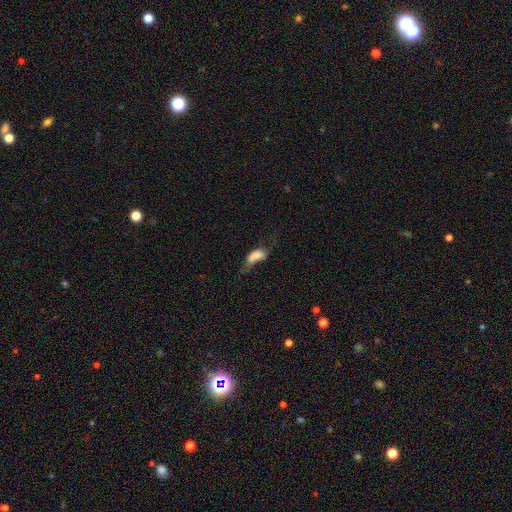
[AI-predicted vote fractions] smooth-or-featured: smooth: 66% | featured or disk: 23% | star or artifact: 11%
  how-rounded: in between: 85% | round: 8% | cigar-shaped: 7%
  merging: major disturbance: 39% | merger: 21% | minor disturbance: 20% | none: 19%